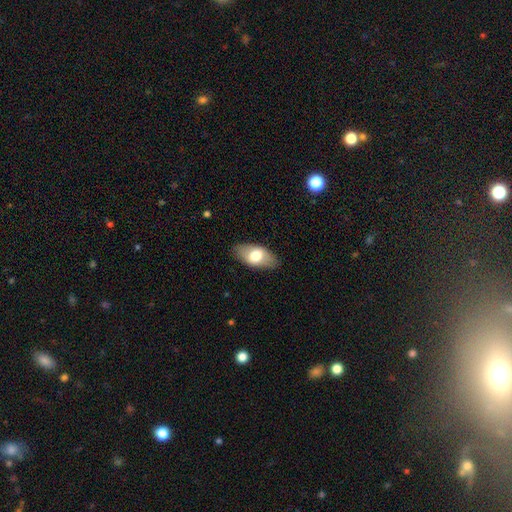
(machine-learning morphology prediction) Q: Smooth or featured?
A: smooth (67%); runner-up: featured or disk (27%)
Q: How rounded?
A: in between (92%); runner-up: cigar-shaped (5%)
Q: Merging?
A: none (85%); runner-up: minor disturbance (11%)